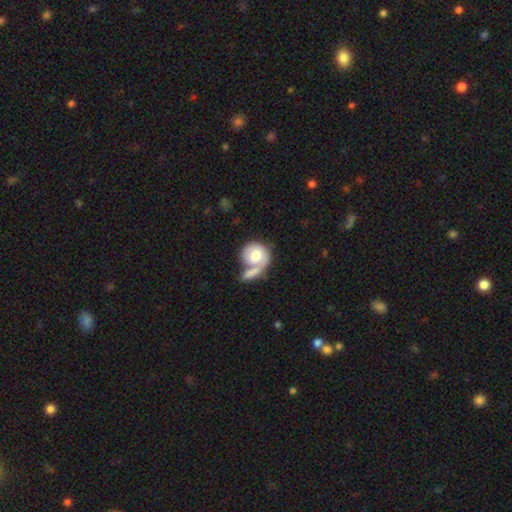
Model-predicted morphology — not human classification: Smooth or featured? Predicted: smooth (p=0.66). How rounded? Predicted: round (p=0.77). Merging? Predicted: merger (p=0.48).